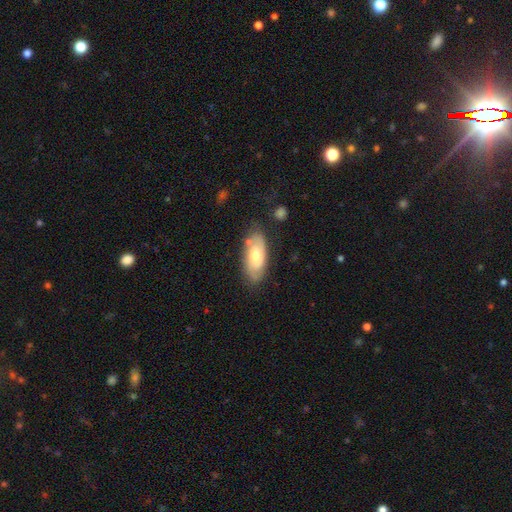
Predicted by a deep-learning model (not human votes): Morphology: type=featured or disk (47%); merging=none (74%).